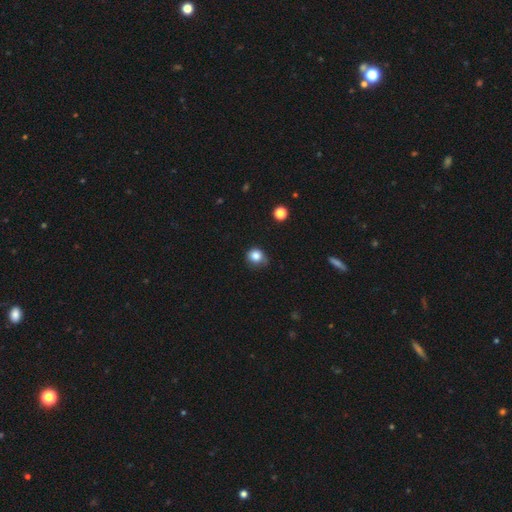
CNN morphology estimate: Q: Smooth or featured?
A: smooth (83%); runner-up: star or artifact (10%)
Q: How rounded?
A: round (79%); runner-up: in between (20%)
Q: Merging?
A: none (61%); runner-up: minor disturbance (30%)